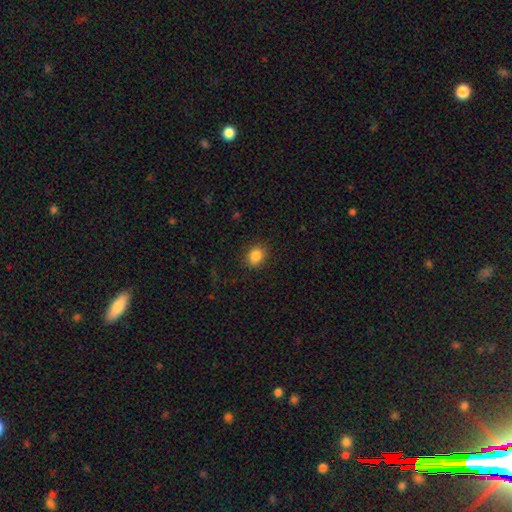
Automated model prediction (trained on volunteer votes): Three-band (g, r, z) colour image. It shows a smooth galaxy with no disk features (86%) that is in between round and cigar-shaped (51%). Merging: none (87%).